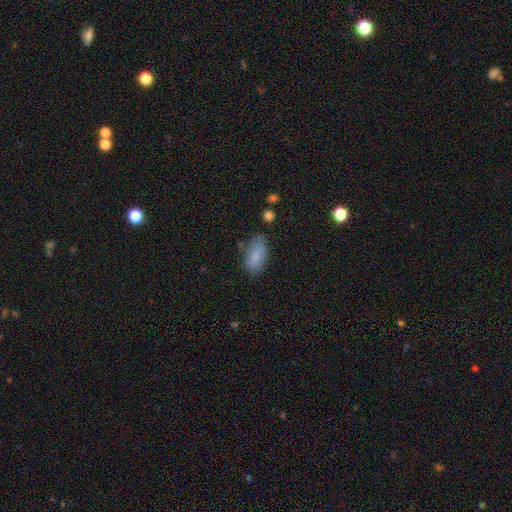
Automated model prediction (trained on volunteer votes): Smooth or featured?
  - smooth: 84% *
  - featured or disk: 8%
  - star or artifact: 7%
How rounded?
  - in between: 89% *
  - cigar-shaped: 9%
  - round: 2%
Merging?
  - none: 72% *
  - minor disturbance: 20%
  - major disturbance: 5%
  - merger: 3%